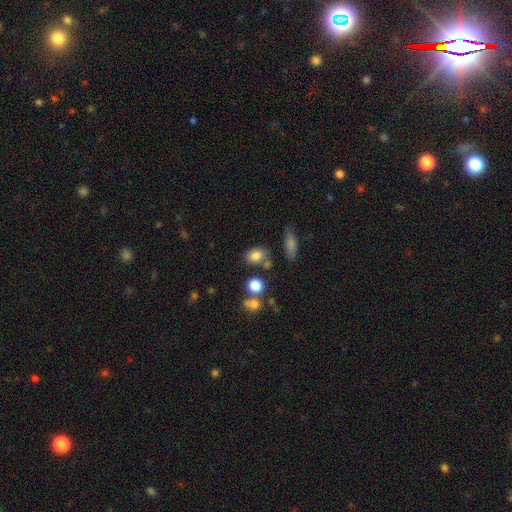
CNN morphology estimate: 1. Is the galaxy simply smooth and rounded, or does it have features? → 81% smooth, 11% star or artifact, 8% featured or disk.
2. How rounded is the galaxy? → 65% in between, 33% round, 2% cigar-shaped.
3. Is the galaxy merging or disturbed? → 69% none, 14% minor disturbance, 12% merger, 5% major disturbance.